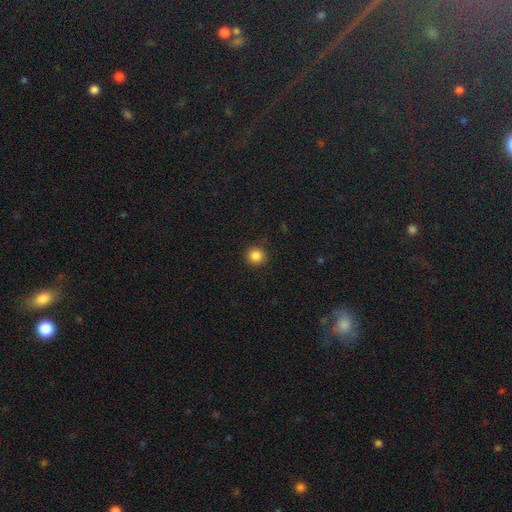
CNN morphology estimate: Smooth or featured? smooth (85%)
How rounded? round (94%)
Merging? none (91%)